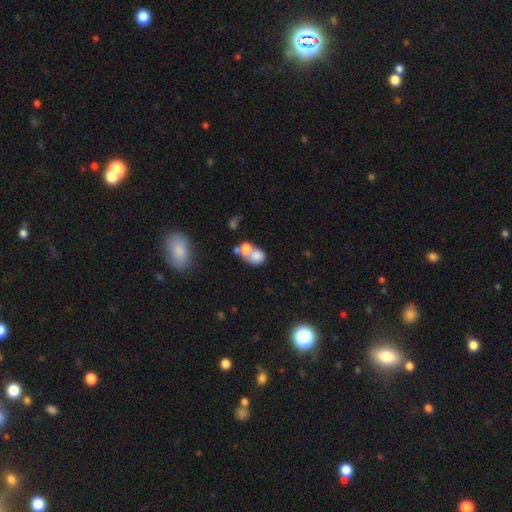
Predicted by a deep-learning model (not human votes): A smooth galaxy with no disk features (72%) that is round (51%). Merging: merger (58%).